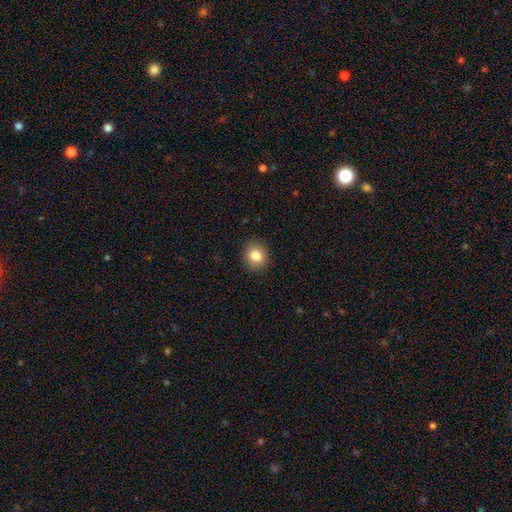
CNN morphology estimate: This is clearly a smooth galaxy (83%). How rounded: likely round (77%). Merging: clearly none (89%).